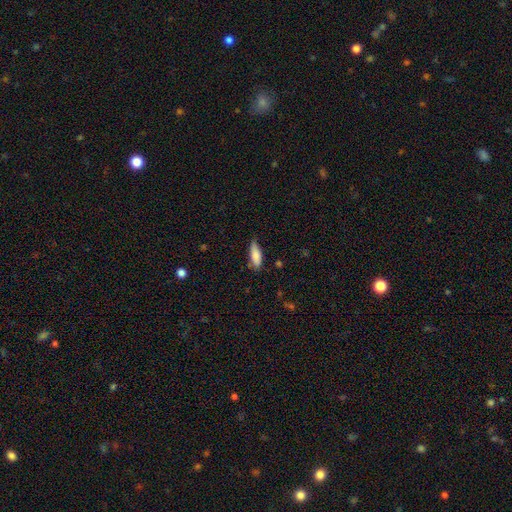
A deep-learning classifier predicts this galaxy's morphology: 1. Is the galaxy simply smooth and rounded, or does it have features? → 82% smooth, 11% featured or disk, 7% star or artifact.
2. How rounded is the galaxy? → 60% in between, 38% cigar-shaped, 2% round.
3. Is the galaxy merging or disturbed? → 64% none, 29% minor disturbance, 5% major disturbance, 2% merger.